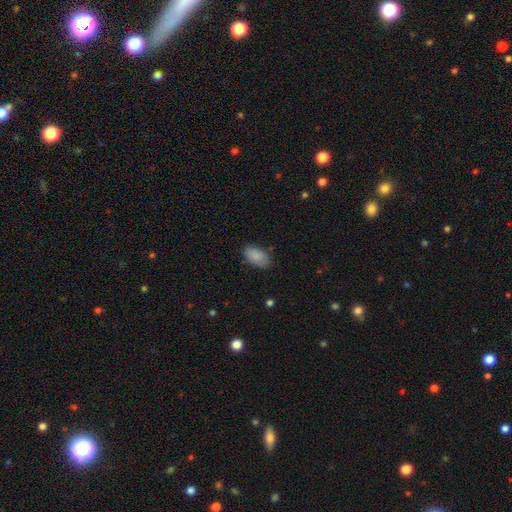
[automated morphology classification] The model was most divided on "merging": none: 81%, minor disturbance: 15%, major disturbance: 3%, merger: 1%. More confident: how rounded — in between (94%); smooth or featured — smooth (88%).